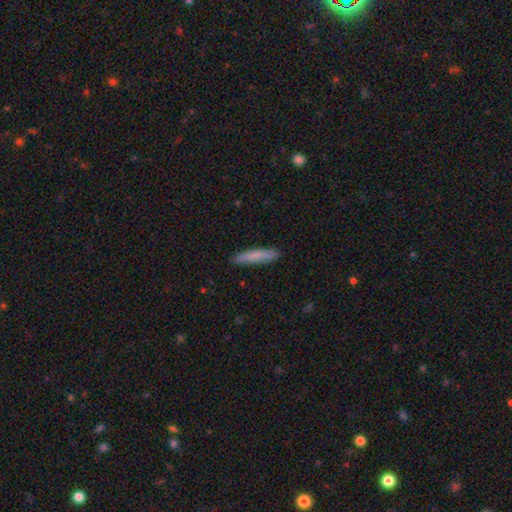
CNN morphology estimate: Overall: smooth (81%). How rounded: cigar-shaped (89%). Merging: none (88%).